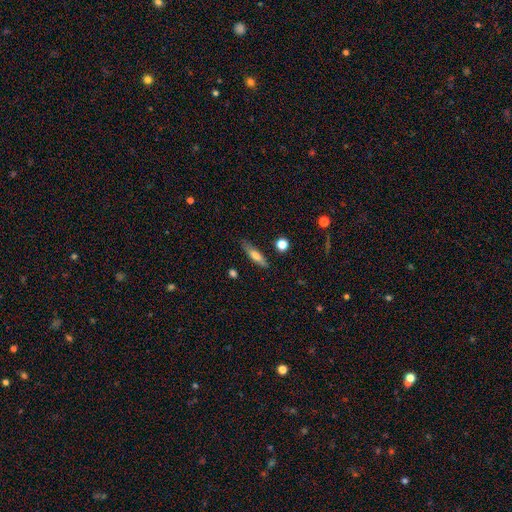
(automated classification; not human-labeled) A smooth galaxy with no disk features (66%) that is cigar-shaped (66%).

Vote fractions:
- Smooth or featured? smooth: 66% / featured or disk: 27% / star or artifact: 7%
- How rounded? cigar-shaped: 66% / in between: 31% / round: 3%
- Merging? none: 78% / minor disturbance: 16% / major disturbance: 4% / merger: 2%